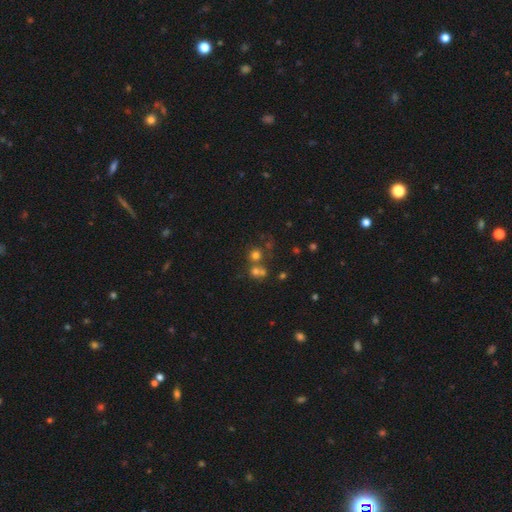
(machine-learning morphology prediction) Smooth or featured?
  - smooth: 64% *
  - star or artifact: 22%
  - featured or disk: 14%
How rounded?
  - round: 88% *
  - in between: 11%
  - cigar-shaped: 1%
Merging?
  - none: 52% *
  - merger: 37%
  - minor disturbance: 7%
  - major disturbance: 4%